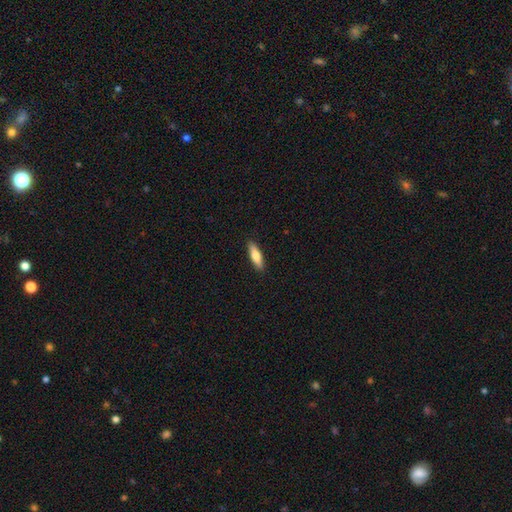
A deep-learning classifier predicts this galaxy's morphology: This is likely a smooth galaxy (68%). How rounded: likely cigar-shaped (65%). Merging: clearly none (91%).